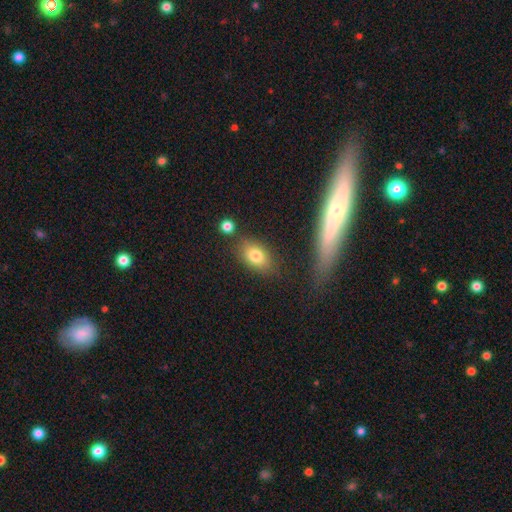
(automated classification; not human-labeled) A smooth galaxy with no disk features (79%) that is in between round and cigar-shaped (82%). Merging: none (78%).